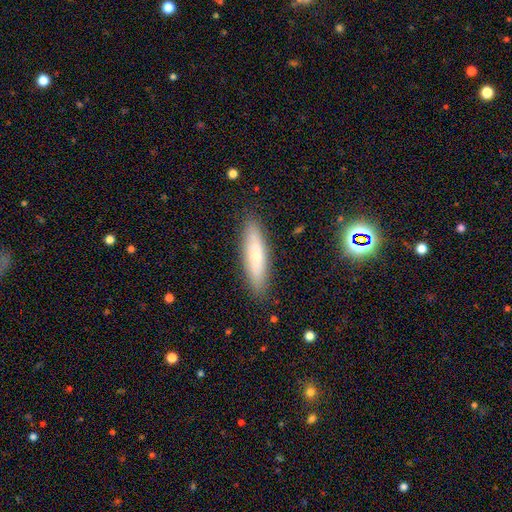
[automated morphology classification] Smooth or featured? smooth (61%)
How rounded? cigar-shaped (71%)
Merging? none (87%)